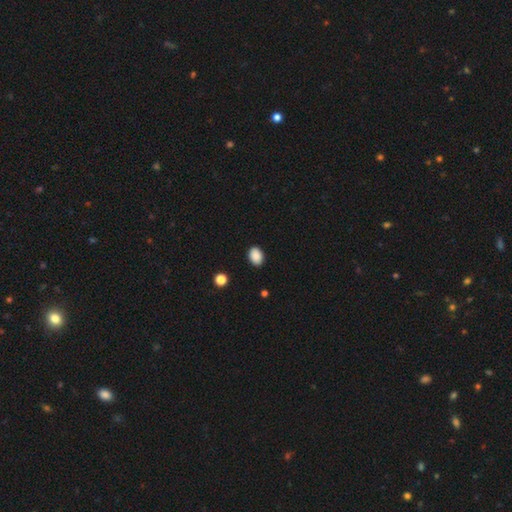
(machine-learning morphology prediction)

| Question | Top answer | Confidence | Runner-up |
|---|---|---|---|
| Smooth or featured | smooth | 89% | star or artifact (8%) |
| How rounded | in between | 77% | round (22%) |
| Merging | none | 89% | minor disturbance (8%) |